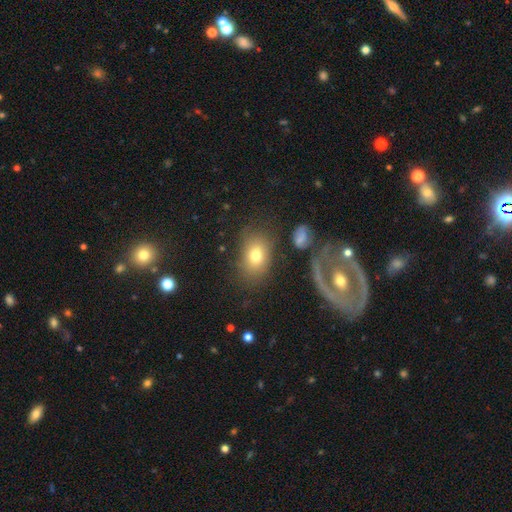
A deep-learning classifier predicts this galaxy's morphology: smooth_or_featured: smooth (p=0.73) [alt: featured or disk p=0.15]
how_rounded: in between (p=0.72) [alt: round p=0.26]
merging: none (p=0.72) [alt: minor disturbance p=0.15]